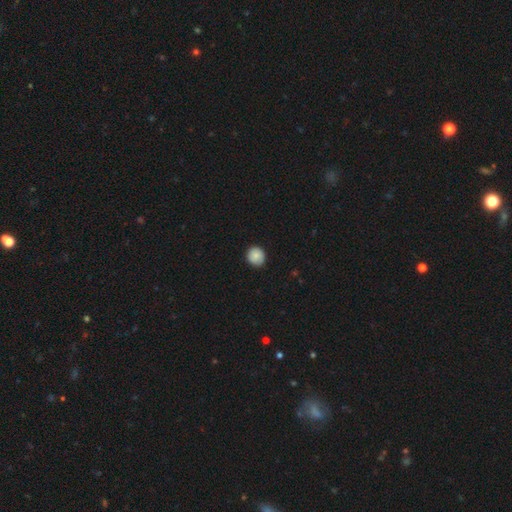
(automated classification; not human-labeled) A smooth galaxy with no disk features (86%) that is round (90%). Merging: none (87%).